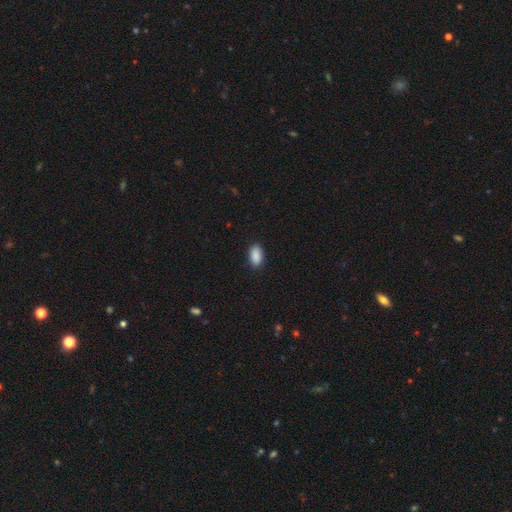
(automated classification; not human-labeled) Smooth or featured: smooth — 90% (star or artifact — 7%)
How rounded: in between — 94% (round — 4%)
Merging: none — 89% (minor disturbance — 8%)